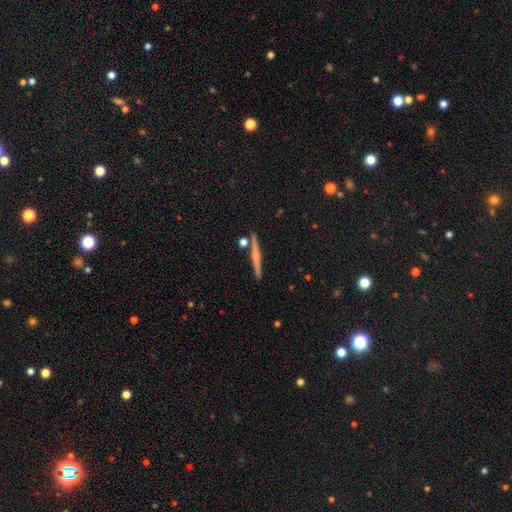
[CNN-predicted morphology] A featured or disk galaxy (58%) viewed edge-on (97%) with a rounded central bulge (50%).

Vote fractions:
- Smooth or featured? featured or disk: 58% / smooth: 35% / star or artifact: 7%
- Edge-on disk? yes: 97% / no: 3%
- Edge-on bulge? rounded: 50% / none: 39% / boxy: 12%
- Merging? none: 87% / minor disturbance: 7% / merger: 4% / major disturbance: 2%